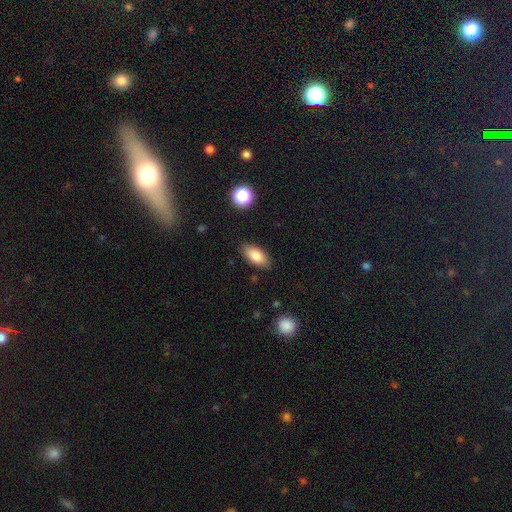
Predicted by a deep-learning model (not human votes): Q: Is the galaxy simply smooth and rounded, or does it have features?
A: smooth — 84%.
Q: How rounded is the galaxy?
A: in between — 91%.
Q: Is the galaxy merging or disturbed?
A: none — 85%.